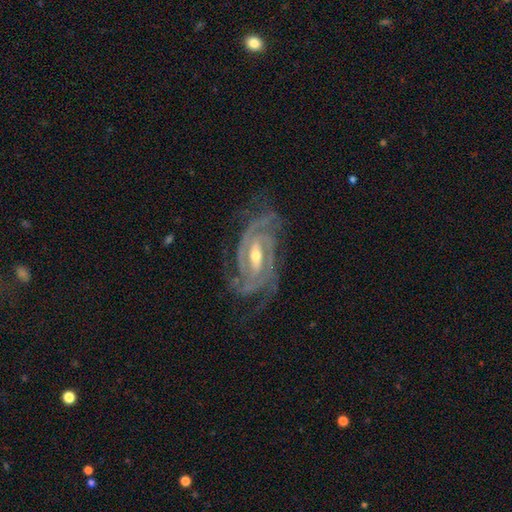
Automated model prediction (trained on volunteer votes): Smooth or featured: featured or disk — 93% (star or artifact — 4%)
Edge-on disk: no — 96% (yes — 4%)
Bar: strong — 45% (weak — 38%)
Spiral arms: yes — 99% (no — 1%)
Spiral winding: tight — 61% (medium — 34%)
Spiral arm count: 2 — 37% (3 — 32%)
Bulge size: moderate — 58% (small — 38%)
Merging: none — 71% (minor disturbance — 18%)